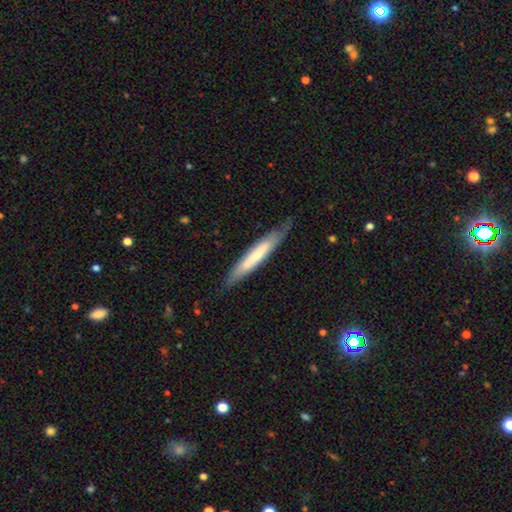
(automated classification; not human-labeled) smooth 54%, featured or disk 40%, star or artifact 5%. Down the decision tree: how rounded — cigar-shaped (93%); merging — none (79%).